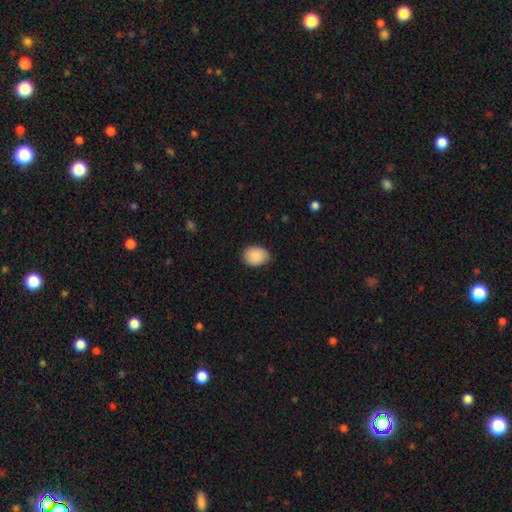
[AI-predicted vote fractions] Smooth or featured?
  - smooth: 89% *
  - star or artifact: 6%
  - featured or disk: 4%
How rounded?
  - in between: 65% *
  - round: 34%
  - cigar-shaped: 1%
Merging?
  - none: 80% *
  - minor disturbance: 17%
  - major disturbance: 2%
  - merger: 1%